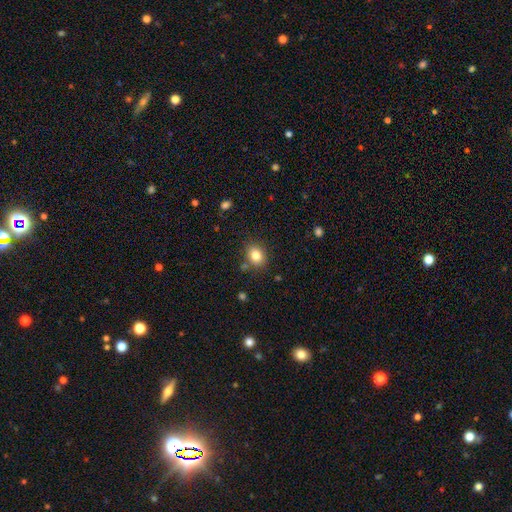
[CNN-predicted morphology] smooth-or-featured: smooth: 83% | star or artifact: 10% | featured or disk: 7%
  how-rounded: in between: 53% | round: 46% | cigar-shaped: 1%
  merging: none: 80% | minor disturbance: 12% | merger: 5% | major disturbance: 3%